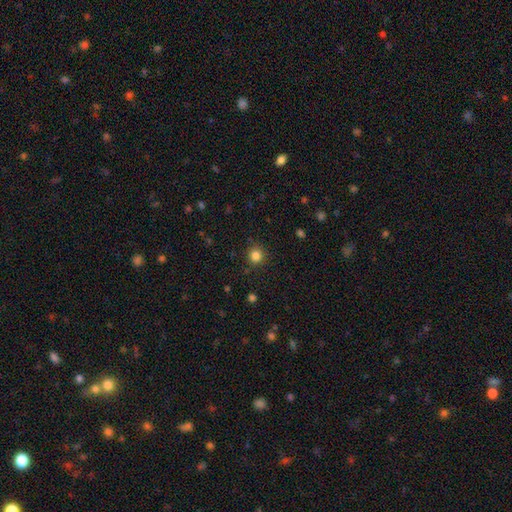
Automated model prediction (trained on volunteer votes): Smooth or featured? Predicted: smooth (p=0.83). How rounded? Predicted: round (p=0.93). Merging? Predicted: none (p=0.88).